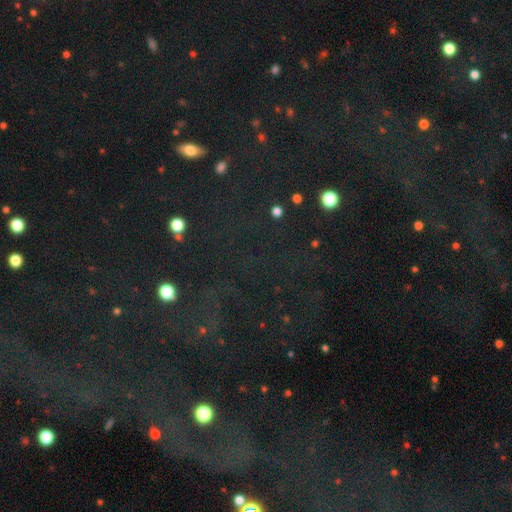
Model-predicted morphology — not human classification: A star or artifact, not a galaxy (76%).

Vote fractions:
- Smooth or featured? star or artifact: 76% / smooth: 14% / featured or disk: 10%